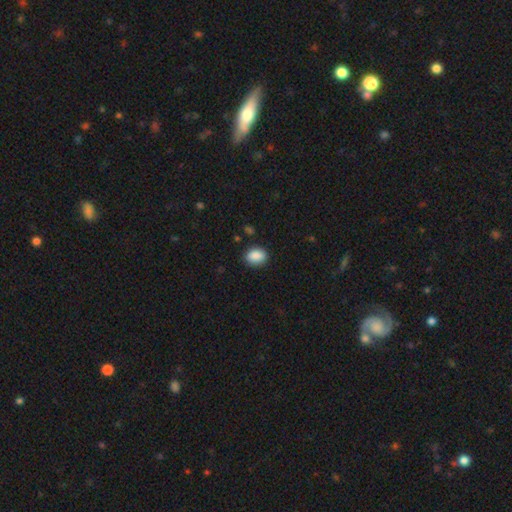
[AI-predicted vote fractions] Smooth or featured? smooth (88%)
How rounded? in between (65%)
Merging? none (85%)